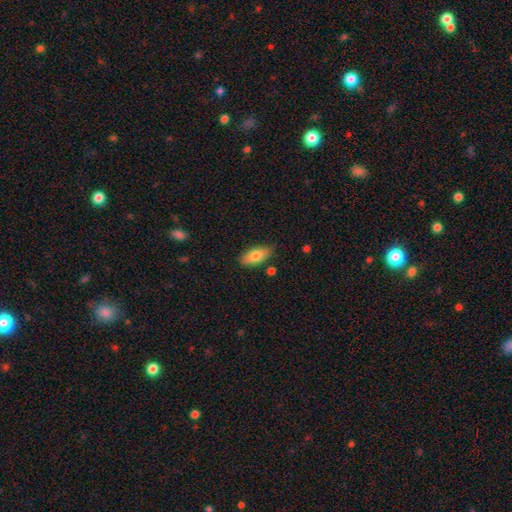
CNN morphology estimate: This appears to be a smooth galaxy with no disk features (80%) that is in between round and cigar-shaped (88%). Merging: none (77%).